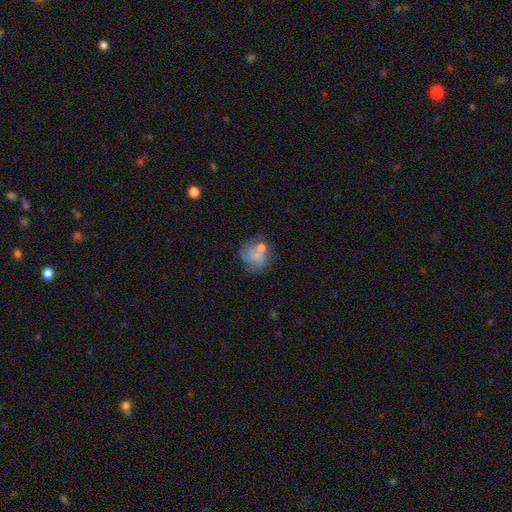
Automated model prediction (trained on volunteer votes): A smooth galaxy with no disk features (54%) that is round (74%).

Vote fractions:
- Smooth or featured? smooth: 54% / featured or disk: 36% / star or artifact: 10%
- How rounded? round: 74% / in between: 25% / cigar-shaped: 1%
- Merging? none: 44% / minor disturbance: 21% / merger: 20% / major disturbance: 15%